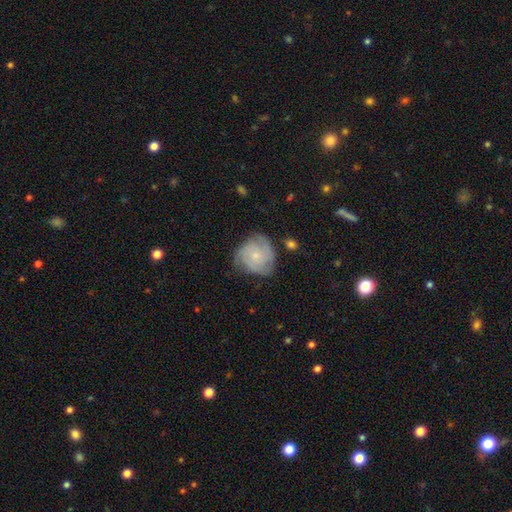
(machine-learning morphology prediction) Smooth or featured: featured or disk — 59% (smooth — 34%)
Edge-on disk: no — 98% (yes — 2%)
Bar: no — 82% (weak — 16%)
Spiral arms: yes — 88% (no — 12%)
Spiral winding: tight — 55% (medium — 34%)
Spiral arm count: 3 — 31% (can't tell — 30%)
Bulge size: small — 73% (moderate — 20%)
Merging: none — 62% (minor disturbance — 27%)